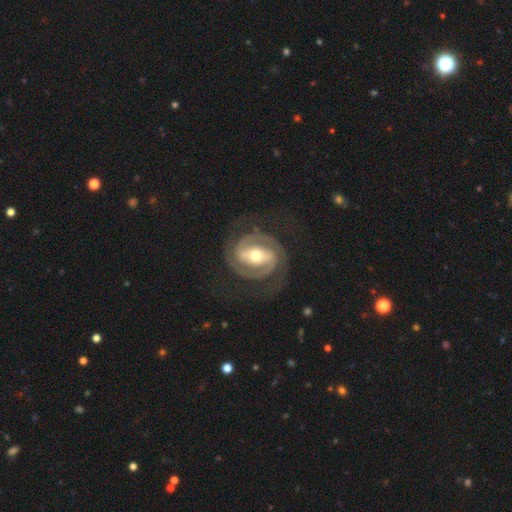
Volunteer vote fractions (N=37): Smooth or featured? 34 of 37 (92%) said featured or disk. Edge-on disk? 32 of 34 (94%) said no. Bar? 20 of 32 (62%) said strong. Spiral arms? 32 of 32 (100%) said yes. Spiral winding? 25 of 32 (78%) said tight. Spiral arm count? 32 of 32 (100%) said 2. Bulge size? 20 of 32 (62%) said moderate. Merging? 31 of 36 (86%) said none.